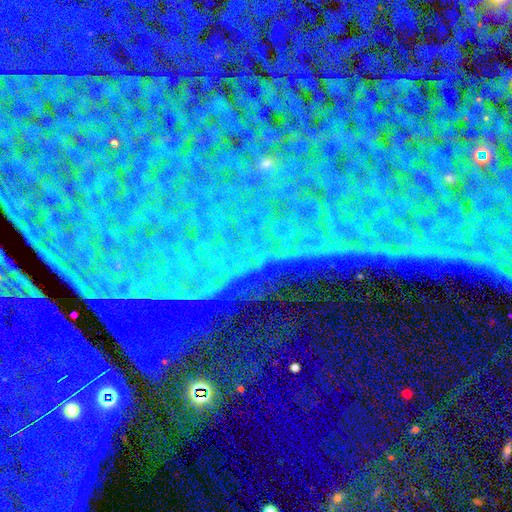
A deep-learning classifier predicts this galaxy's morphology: A star or artifact, not a galaxy (87%).